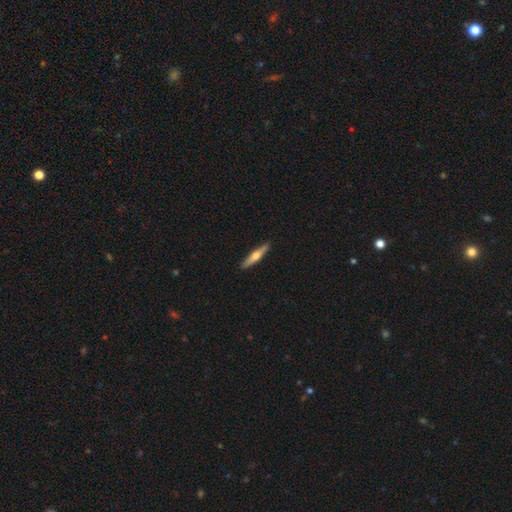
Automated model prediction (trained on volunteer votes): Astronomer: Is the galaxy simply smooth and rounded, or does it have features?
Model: featured or disk — 53% (runner-up: smooth, 42%).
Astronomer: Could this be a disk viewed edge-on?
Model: yes — 96%.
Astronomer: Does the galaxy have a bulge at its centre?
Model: rounded — 90%.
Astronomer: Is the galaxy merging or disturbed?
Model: none — 91%.